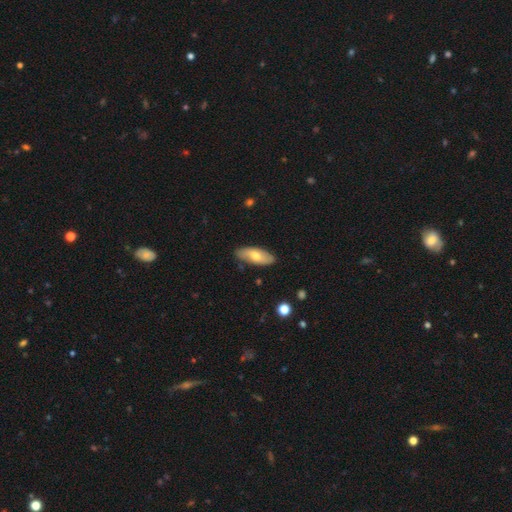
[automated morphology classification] A smooth galaxy with no disk features (64%) that is in between round and cigar-shaped (82%).

Vote fractions:
- Smooth or featured? smooth: 64% / featured or disk: 31% / star or artifact: 6%
- How rounded? in between: 82% / cigar-shaped: 15% / round: 2%
- Merging? none: 84% / minor disturbance: 12% / major disturbance: 2% / merger: 1%